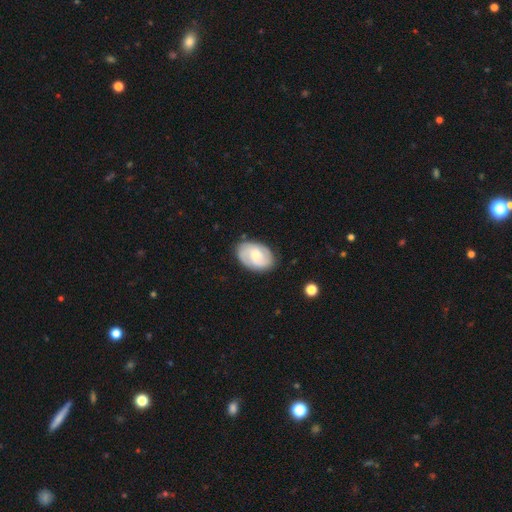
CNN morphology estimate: featured or disk 62%, smooth 32%, star or artifact 6%. Down the decision tree: edge-on disk — no (97%); bar — no (48%); spiral arms — yes (88%); spiral arm count — 2 (67%); spiral winding — tight (43%); bulge size — moderate (51%); merging — none (81%).